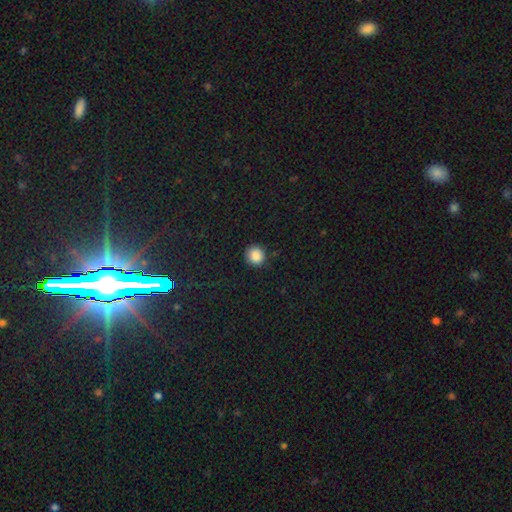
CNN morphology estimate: A smooth galaxy with no disk features (87%) that is round (90%).

Vote fractions:
- Smooth or featured? smooth: 87% / star or artifact: 10% / featured or disk: 3%
- How rounded? round: 90% / in between: 9% / cigar-shaped: 1%
- Merging? none: 89% / minor disturbance: 8% / major disturbance: 2% / merger: 1%